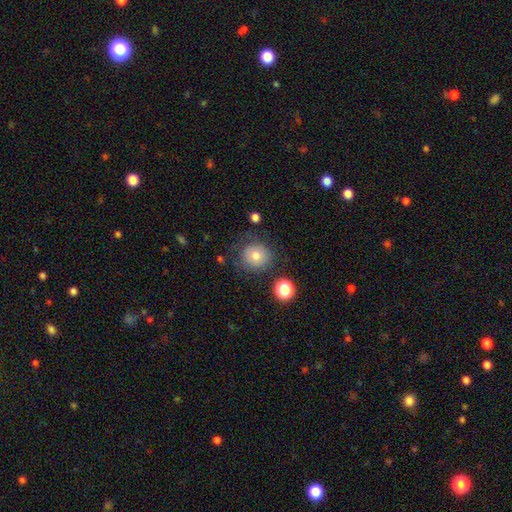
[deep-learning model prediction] Q: Smooth or featured?
A: smooth (75%); runner-up: featured or disk (13%)
Q: How rounded?
A: round (88%); runner-up: in between (11%)
Q: Merging?
A: none (77%); runner-up: minor disturbance (14%)